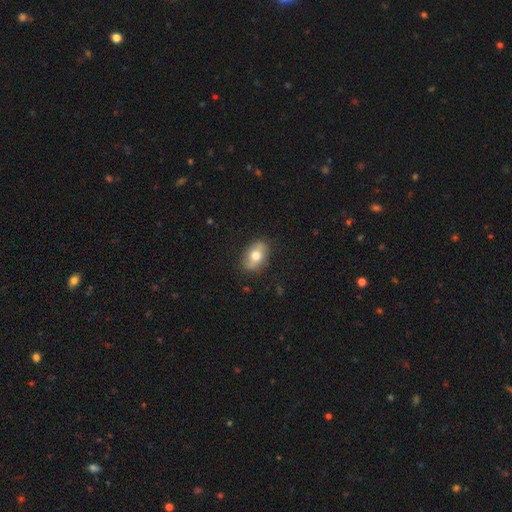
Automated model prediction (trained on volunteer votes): This is likely a smooth galaxy (64%). How rounded: clearly in between (83%). Merging: clearly none (85%).